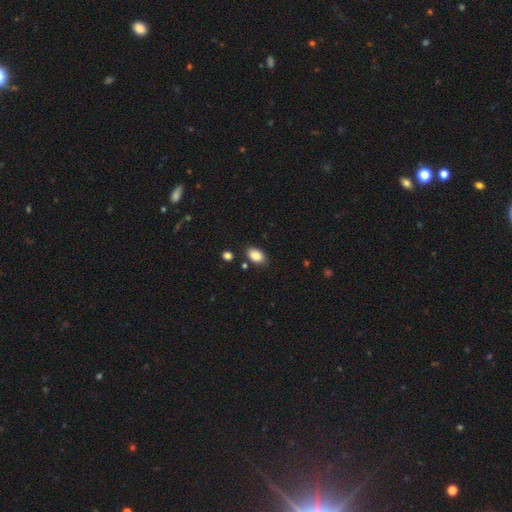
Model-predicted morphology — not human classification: smooth-or-featured: smooth: 88% | star or artifact: 8% | featured or disk: 4%
  how-rounded: in between: 87% | round: 11% | cigar-shaped: 1%
  merging: none: 81% | minor disturbance: 12% | merger: 4% | major disturbance: 3%